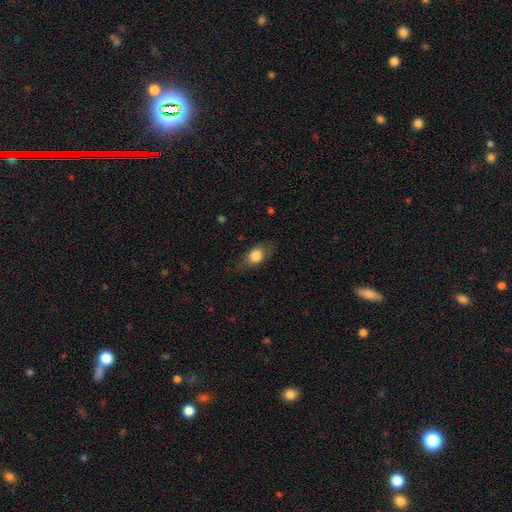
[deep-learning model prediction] Overall: smooth (75%). How rounded: in between (74%). Merging: none (74%).